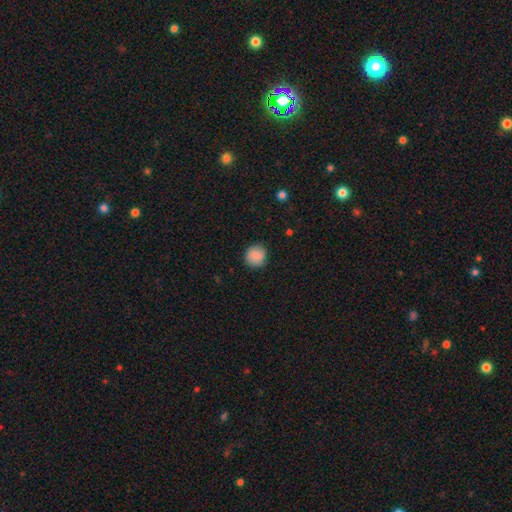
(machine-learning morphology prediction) Smooth or featured? Predicted: smooth (p=0.88). How rounded? Predicted: round (p=0.91). Merging? Predicted: none (p=0.89).